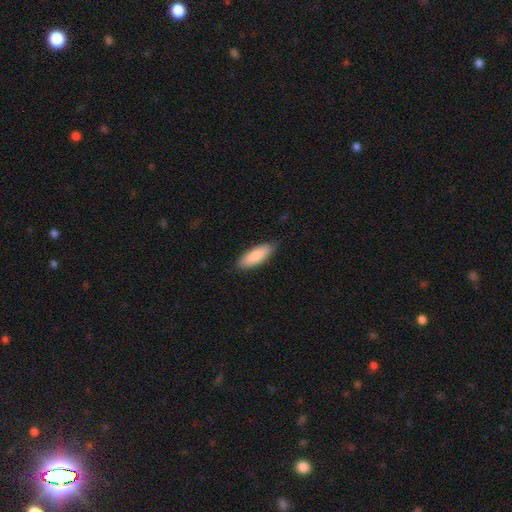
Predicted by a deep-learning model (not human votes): Overall: smooth (86%). How rounded: in between (66%; cigar-shaped 32%). Merging: none (85%).